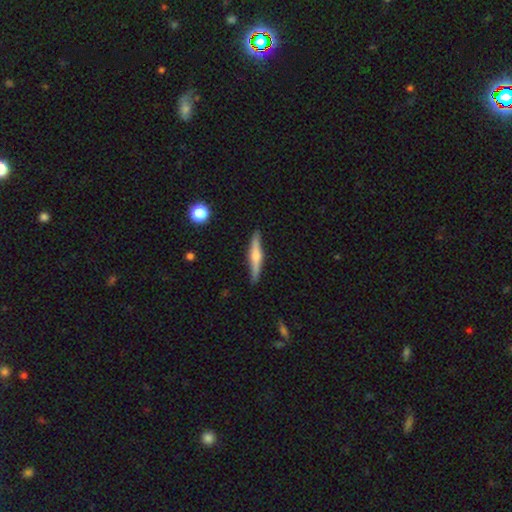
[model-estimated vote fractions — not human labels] Smooth or featured? featured or disk (63%)
Edge-on disk? yes (96%)
Edge-on bulge? rounded (84%)
Merging? none (87%)